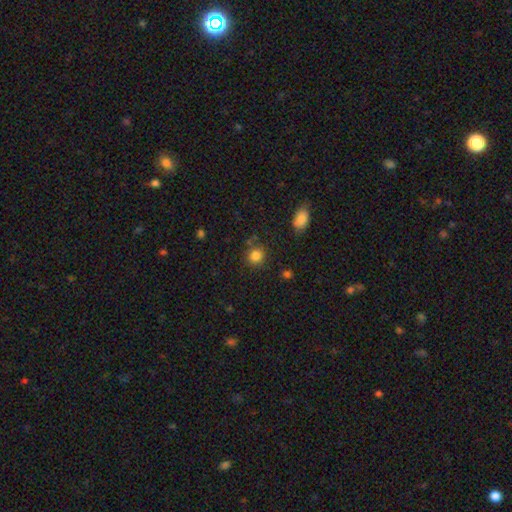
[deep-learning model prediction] smooth 84%, star or artifact 11%, featured or disk 5%. Down the decision tree: how rounded — round (83%); merging — none (81%).